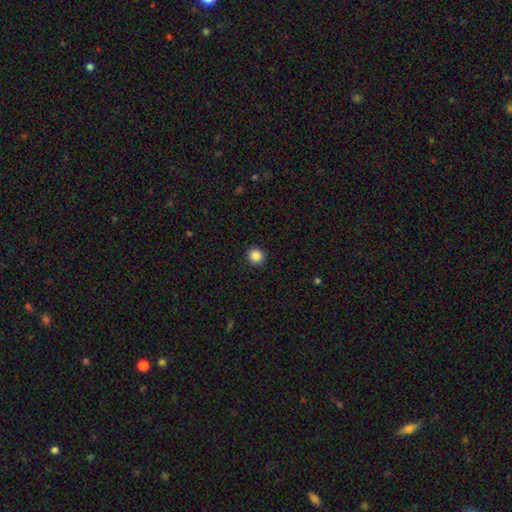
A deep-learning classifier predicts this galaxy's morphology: The model was most divided on "smooth or featured": smooth: 86%, star or artifact: 10%, featured or disk: 3%. More confident: how rounded — round (93%); merging — none (92%).